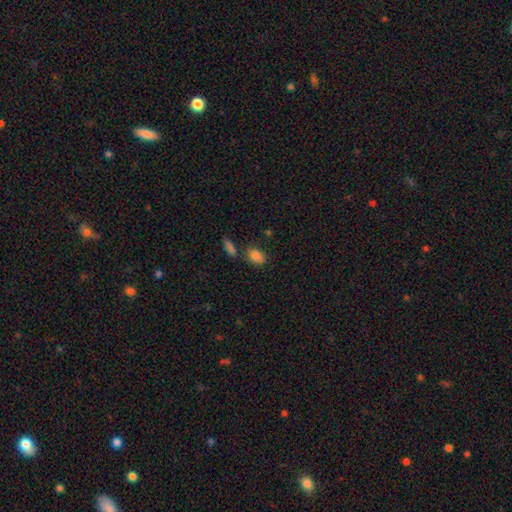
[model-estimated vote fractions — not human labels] Smooth or featured?
  - smooth: 85% *
  - star or artifact: 9%
  - featured or disk: 6%
How rounded?
  - in between: 86% *
  - round: 11%
  - cigar-shaped: 3%
Merging?
  - none: 68% *
  - merger: 15%
  - minor disturbance: 13%
  - major disturbance: 4%